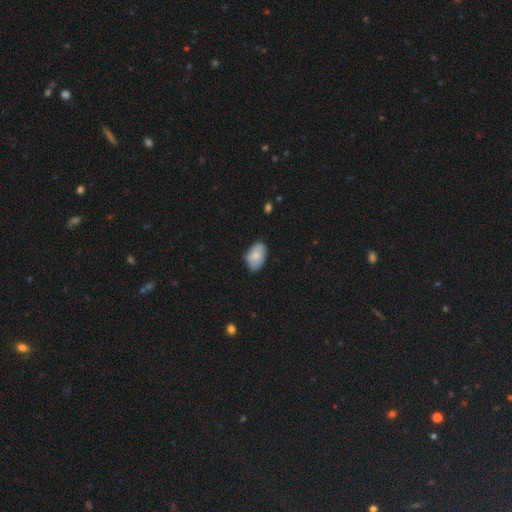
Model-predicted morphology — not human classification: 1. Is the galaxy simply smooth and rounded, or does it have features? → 75% smooth, 19% featured or disk, 6% star or artifact.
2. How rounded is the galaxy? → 90% in between, 8% round, 1% cigar-shaped.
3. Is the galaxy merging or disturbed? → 75% none, 20% minor disturbance, 3% major disturbance, 1% merger.